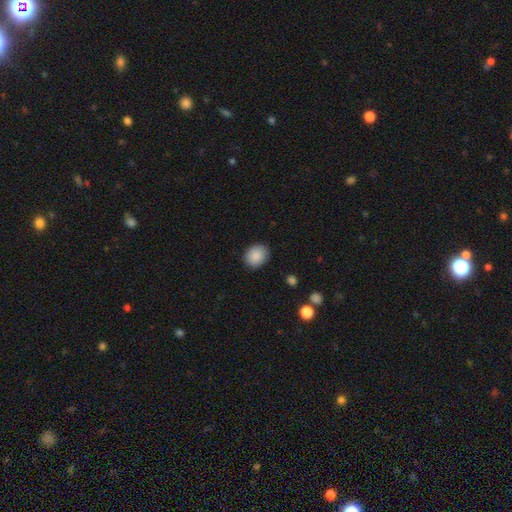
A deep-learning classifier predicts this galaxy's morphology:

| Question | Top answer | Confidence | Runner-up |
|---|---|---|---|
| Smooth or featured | smooth | 89% | star or artifact (8%) |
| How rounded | round | 56% | in between (43%) |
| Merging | none | 87% | minor disturbance (9%) |